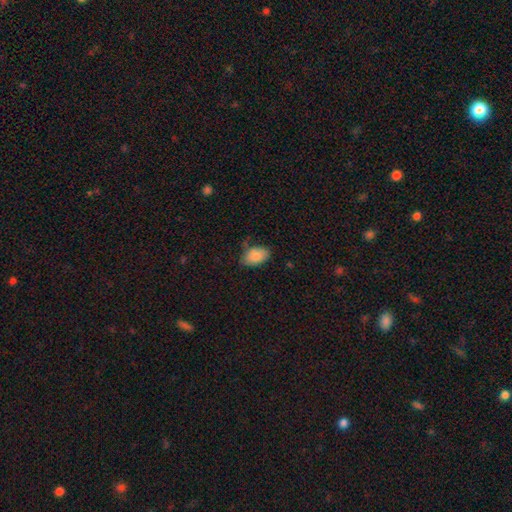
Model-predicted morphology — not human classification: This is clearly a smooth galaxy (85%). How rounded: clearly in between (91%). Merging: likely none (69%).